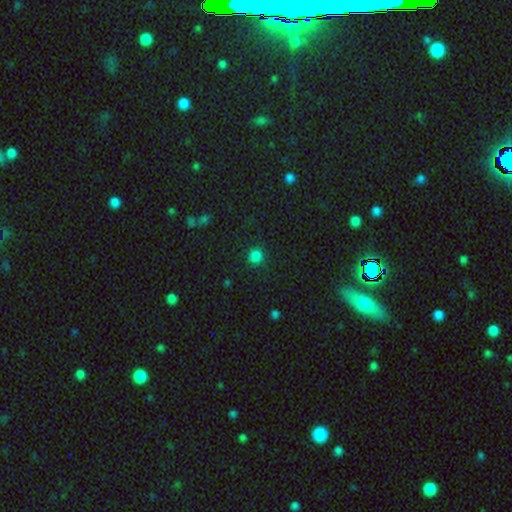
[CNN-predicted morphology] Smooth or featured? Predicted: smooth (p=0.82). How rounded? Predicted: round (p=0.90). Merging? Predicted: none (p=0.88).